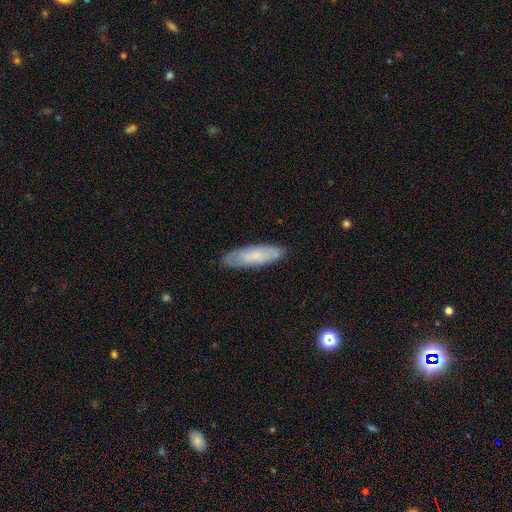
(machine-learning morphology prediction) A smooth galaxy with no disk features (70%) that is cigar-shaped (56%).

Vote fractions:
- Smooth or featured? smooth: 70% / featured or disk: 23% / star or artifact: 7%
- How rounded? cigar-shaped: 56% / in between: 43% / round: 2%
- Merging? none: 85% / minor disturbance: 12% / major disturbance: 2% / merger: 1%